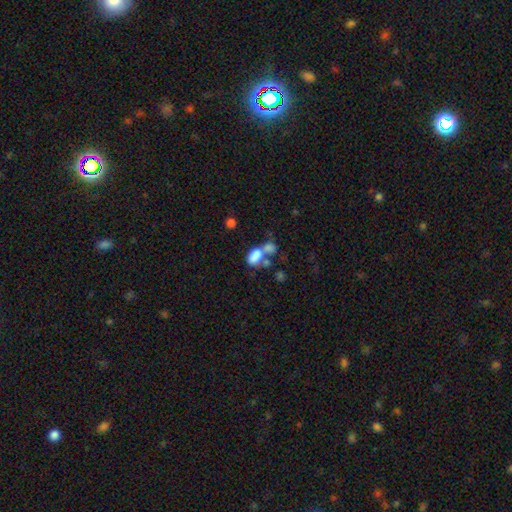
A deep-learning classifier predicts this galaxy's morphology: Smooth or featured: smooth — 74% (featured or disk — 15%)
How rounded: in between — 86% (round — 12%)
Merging: merger — 61% (none — 20%)